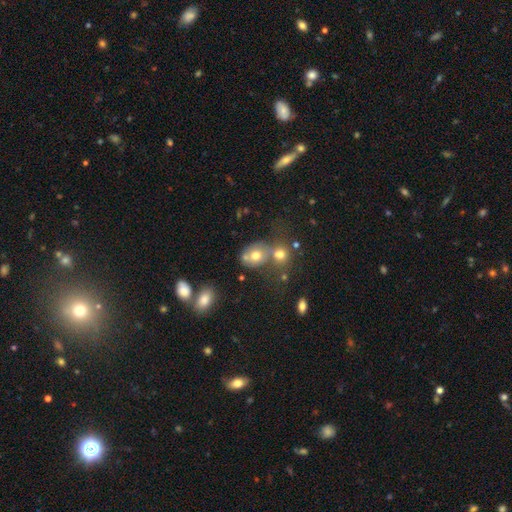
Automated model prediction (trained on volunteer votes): A smooth galaxy with no disk features (68%) that is round (58%). Merging: merger (44%).